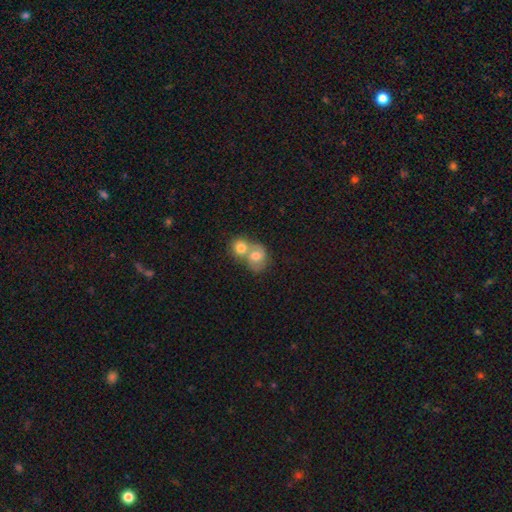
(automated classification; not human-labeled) smooth_or_featured: smooth (p=0.70) [alt: featured or disk p=0.21]
how_rounded: round (p=0.66) [alt: in between p=0.33]
merging: merger (p=0.68) [alt: none p=0.23]